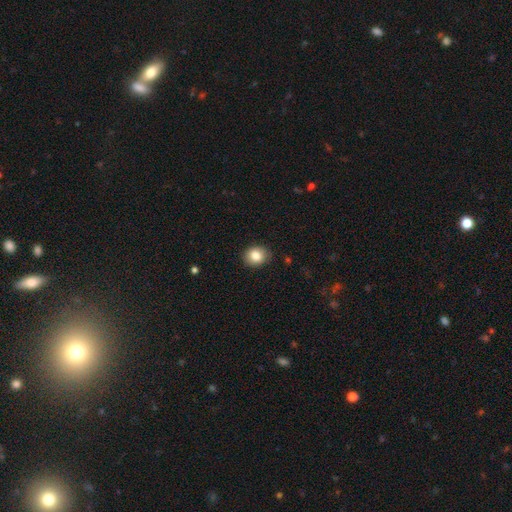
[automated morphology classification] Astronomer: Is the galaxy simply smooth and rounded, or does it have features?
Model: smooth — 84%.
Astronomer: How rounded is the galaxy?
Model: round — 67%.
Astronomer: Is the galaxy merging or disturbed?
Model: none — 87%.